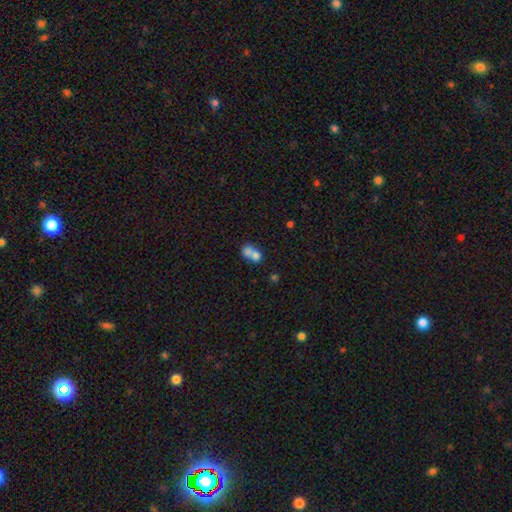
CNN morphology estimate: Overall: smooth (70%). How rounded: round (53%; in between 45%). Merging: merger (69%).